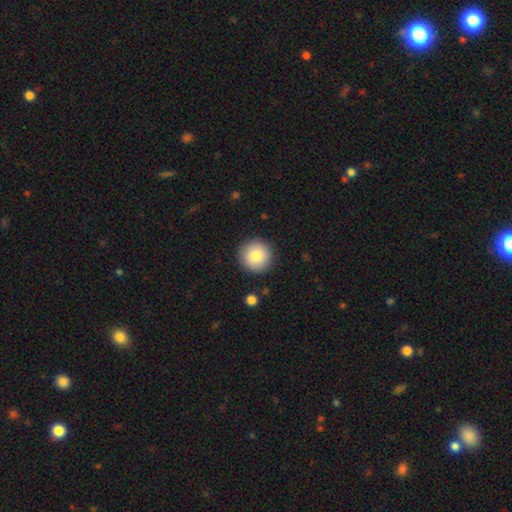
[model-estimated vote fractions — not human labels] Smooth or featured? smooth (83%)
How rounded? round (95%)
Merging? none (90%)